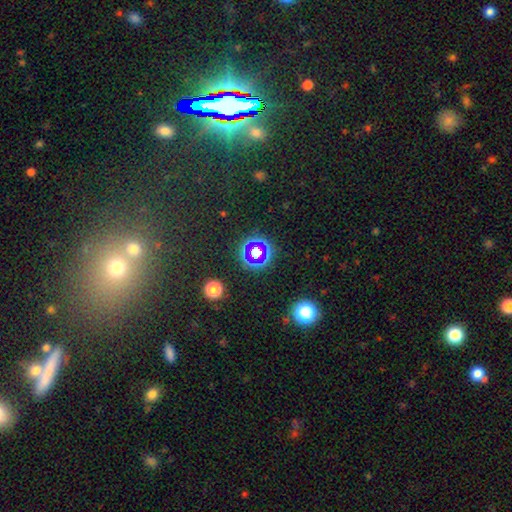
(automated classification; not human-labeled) Smooth or featured: star or artifact — 63% (smooth — 25%)